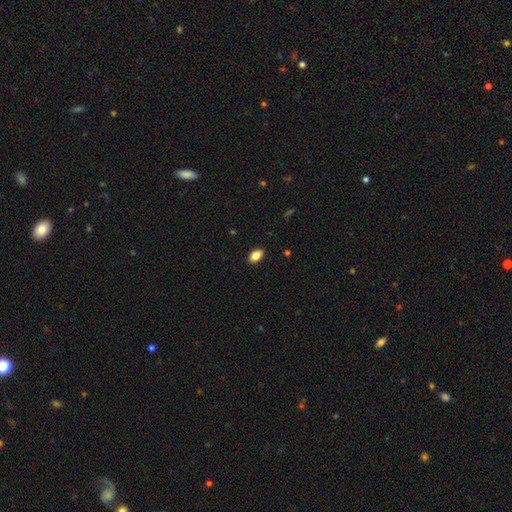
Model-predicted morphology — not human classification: Smooth or featured? smooth (85%)
How rounded? in between (90%)
Merging? none (89%)